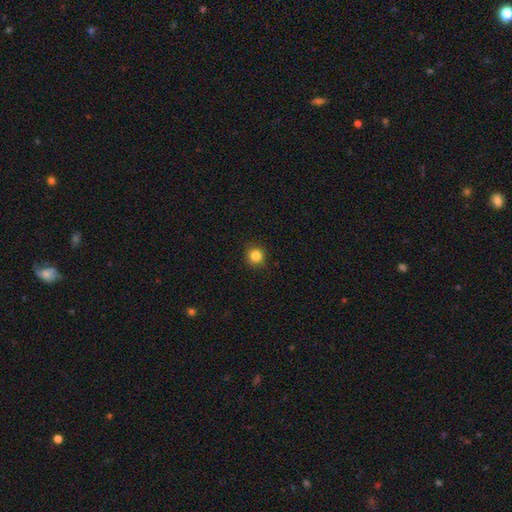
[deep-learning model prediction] This appears to be a smooth galaxy with no disk features (83%) that is round (93%). Merging: none (90%).